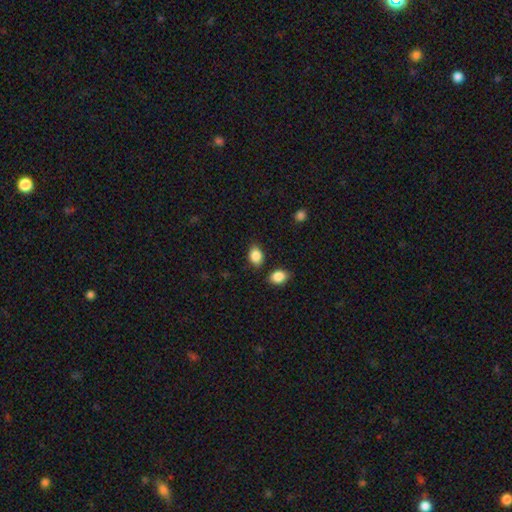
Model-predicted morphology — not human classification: A smooth galaxy with no disk features (87%) that is in between round and cigar-shaped (78%). Merging: none (78%).